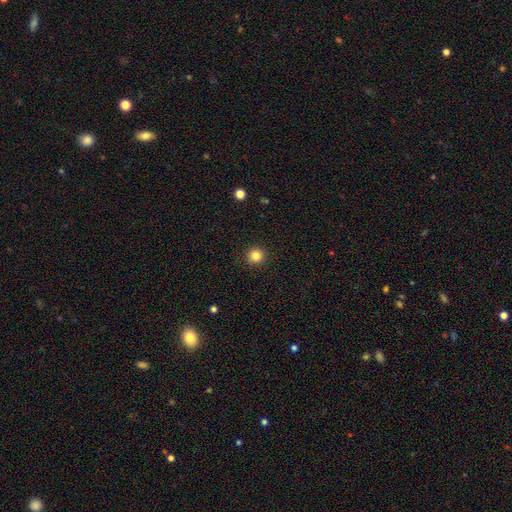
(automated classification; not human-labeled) Q: Smooth or featured?
A: smooth (84%); runner-up: star or artifact (12%)
Q: How rounded?
A: round (94%); runner-up: in between (5%)
Q: Merging?
A: none (92%); runner-up: minor disturbance (5%)